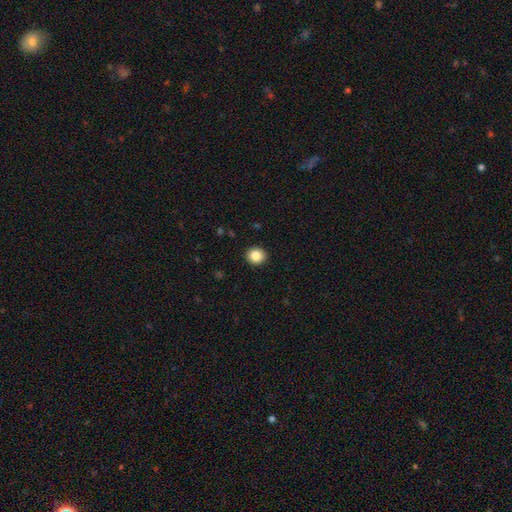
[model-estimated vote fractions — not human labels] smooth_or_featured: smooth (p=0.85) [alt: star or artifact p=0.10]
how_rounded: round (p=0.85) [alt: in between p=0.14]
merging: none (p=0.93) [alt: minor disturbance p=0.05]